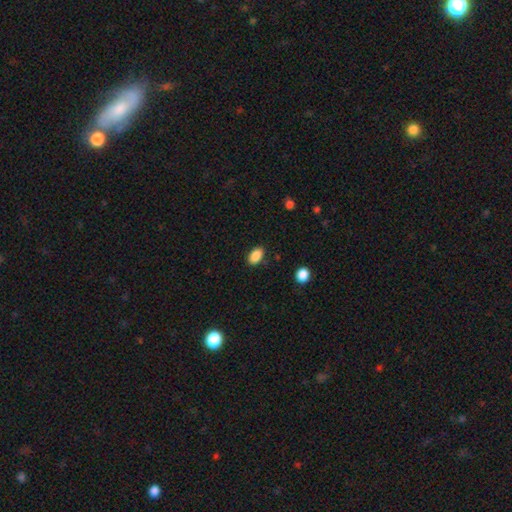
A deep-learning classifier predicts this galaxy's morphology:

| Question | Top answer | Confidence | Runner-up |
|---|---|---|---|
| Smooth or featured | smooth | 88% | star or artifact (8%) |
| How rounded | in between | 91% | round (8%) |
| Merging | none | 86% | minor disturbance (10%) |